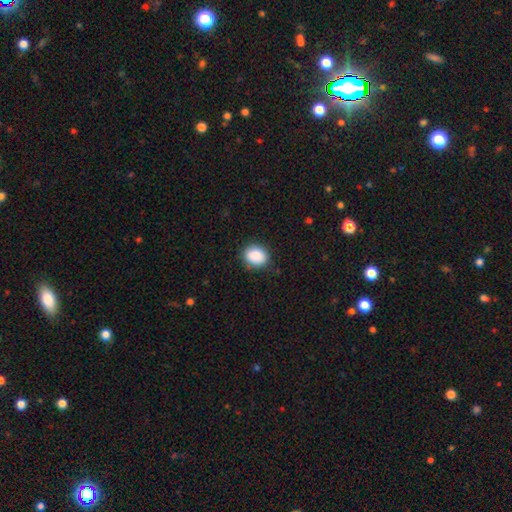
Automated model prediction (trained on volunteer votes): smooth-or-featured: smooth: 88% | star or artifact: 8% | featured or disk: 4%
  how-rounded: round: 50% | in between: 49% | cigar-shaped: 1%
  merging: none: 86% | minor disturbance: 11% | major disturbance: 2% | merger: 1%